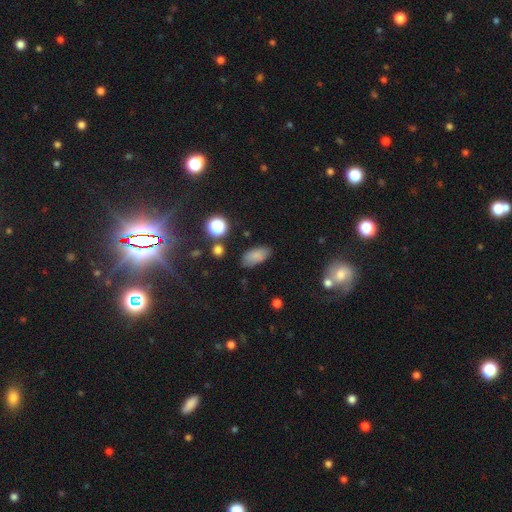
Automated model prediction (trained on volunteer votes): A smooth galaxy with no disk features (83%) that is in between round and cigar-shaped (90%). Merging: none (81%).